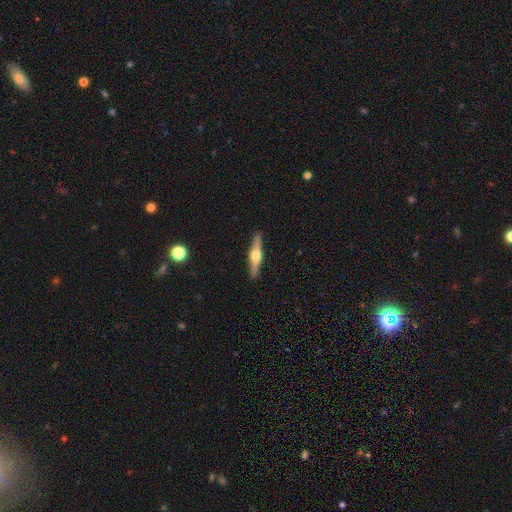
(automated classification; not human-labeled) featured or disk 64%, smooth 31%, star or artifact 6%. Down the decision tree: edge-on disk — yes (96%); edge-on bulge — rounded (94%); merging — none (91%).